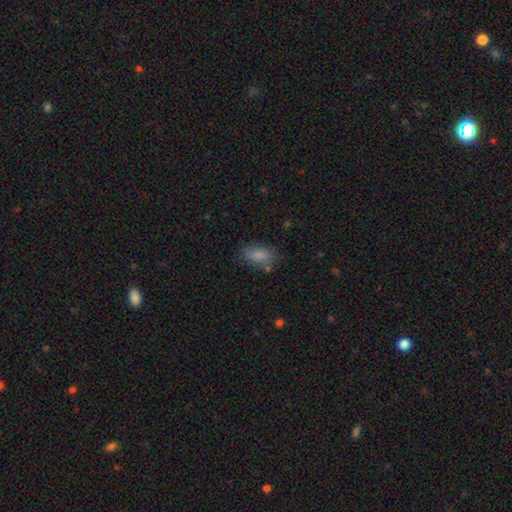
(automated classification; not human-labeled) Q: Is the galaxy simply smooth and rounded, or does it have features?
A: smooth — 72%.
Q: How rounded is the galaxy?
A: in between — 87%.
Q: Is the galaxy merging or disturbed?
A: none — 73%.